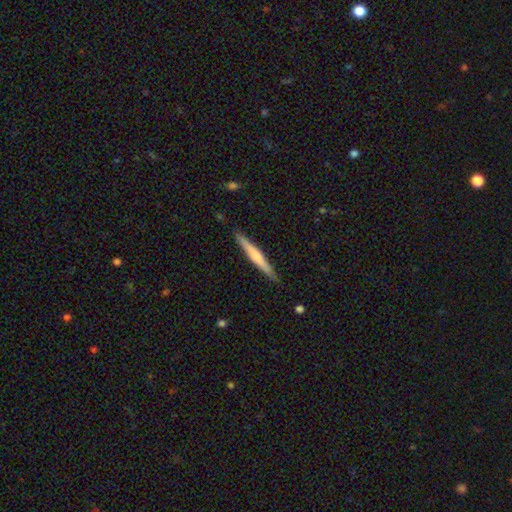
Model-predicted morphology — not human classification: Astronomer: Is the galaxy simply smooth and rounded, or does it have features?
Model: featured or disk — 51% (runner-up: smooth, 44%).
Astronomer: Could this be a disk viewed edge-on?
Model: yes — 98%.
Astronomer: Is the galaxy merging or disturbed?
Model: none — 90%.